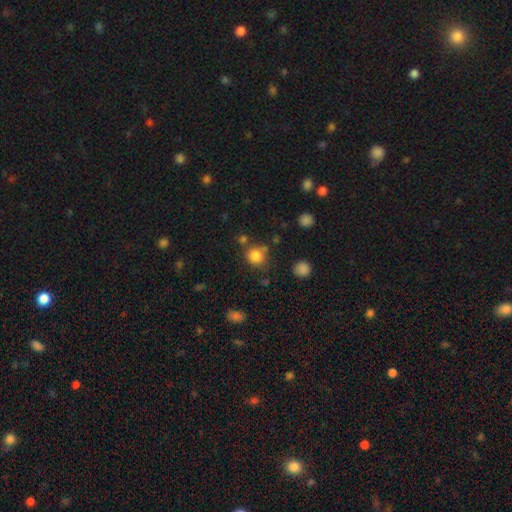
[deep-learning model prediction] A smooth galaxy with no disk features (83%) that is round (86%). Merging: none (67%).